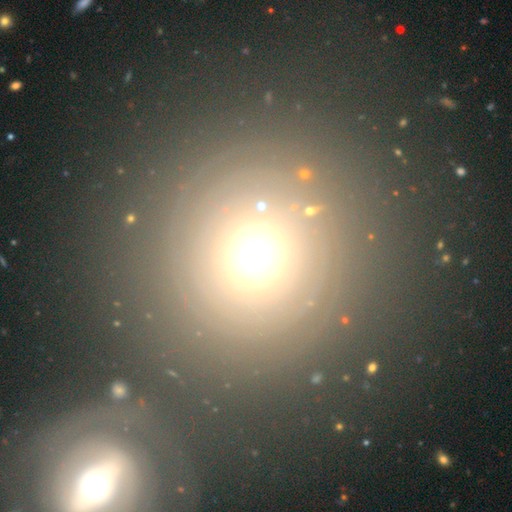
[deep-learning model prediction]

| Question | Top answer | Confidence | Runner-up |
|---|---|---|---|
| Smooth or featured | smooth | 60% | star or artifact (25%) |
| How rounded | round | 92% | in between (7%) |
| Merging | none | 81% | minor disturbance (9%) |